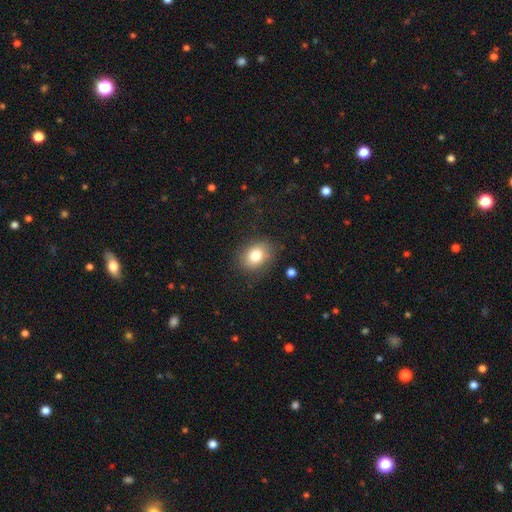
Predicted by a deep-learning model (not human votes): Smooth or featured? Predicted: smooth (p=0.79). How rounded? Predicted: in between (p=0.61). Merging? Predicted: none (p=0.80).